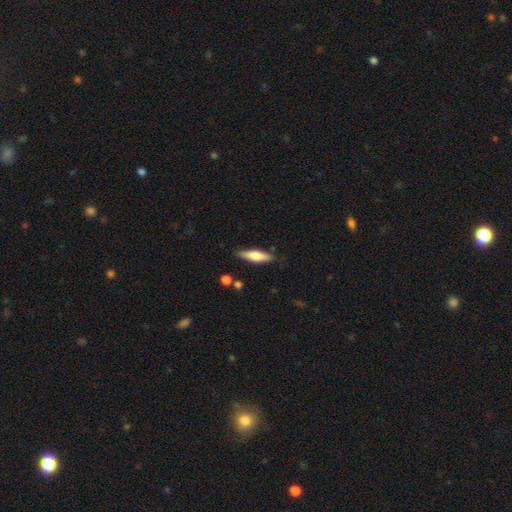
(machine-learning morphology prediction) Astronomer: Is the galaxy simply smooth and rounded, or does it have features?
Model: smooth — 61%.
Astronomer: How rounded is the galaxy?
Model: cigar-shaped — 66%.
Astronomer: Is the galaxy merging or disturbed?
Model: none — 84%.